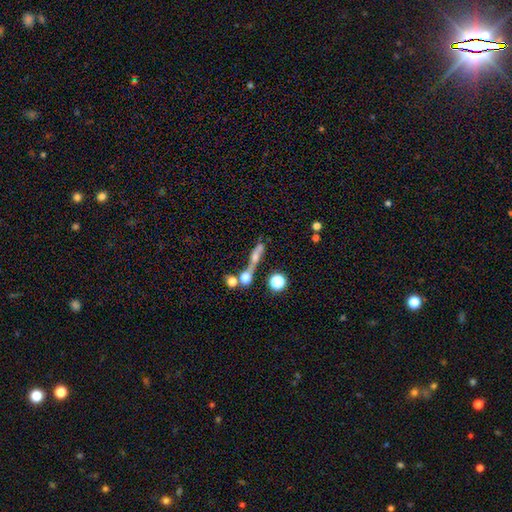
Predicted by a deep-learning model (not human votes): Smooth or featured: smooth — 50% (featured or disk — 34%)
How rounded: cigar-shaped — 51% (in between — 26%)
Merging: merger — 41% (none — 32%)